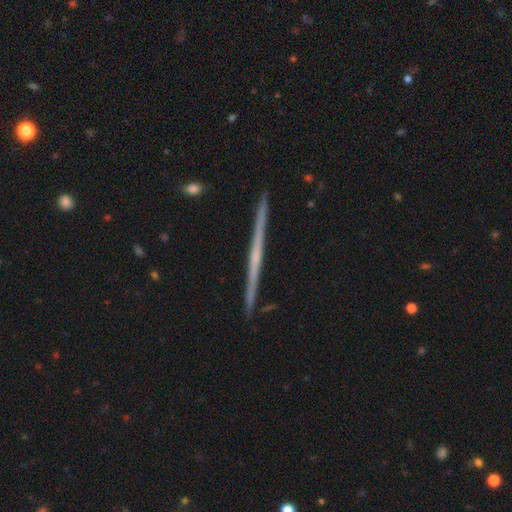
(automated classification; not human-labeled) A featured or disk galaxy (76%) viewed edge-on (99%) with no central bulge (64%). Merging: none (93%).